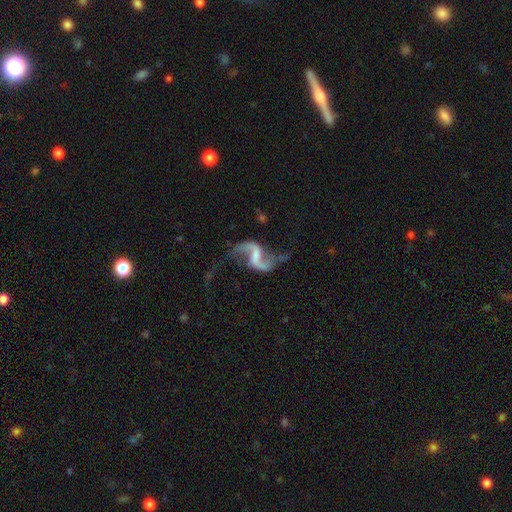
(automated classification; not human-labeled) A featured or disk galaxy (90%) with a weak bar (45%), 2 (93%) loose (84%) spiral arms (96%) and no central bulge (43%). Merging: none (62%).